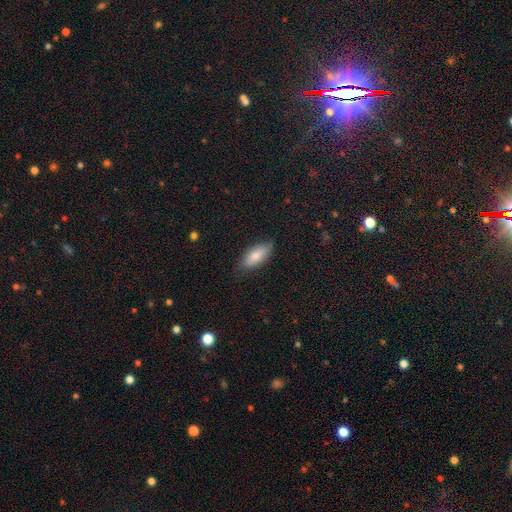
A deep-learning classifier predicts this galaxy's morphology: Smooth or featured: smooth — 81% (featured or disk — 13%)
How rounded: in between — 80% (cigar-shaped — 17%)
Merging: none — 78% (minor disturbance — 18%)